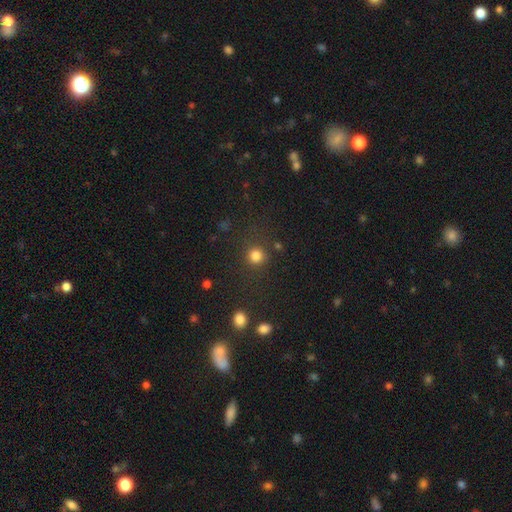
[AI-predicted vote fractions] The model was most divided on "smooth or featured": smooth: 82%, star or artifact: 14%, featured or disk: 5%. More confident: how rounded — round (92%); merging — none (83%).